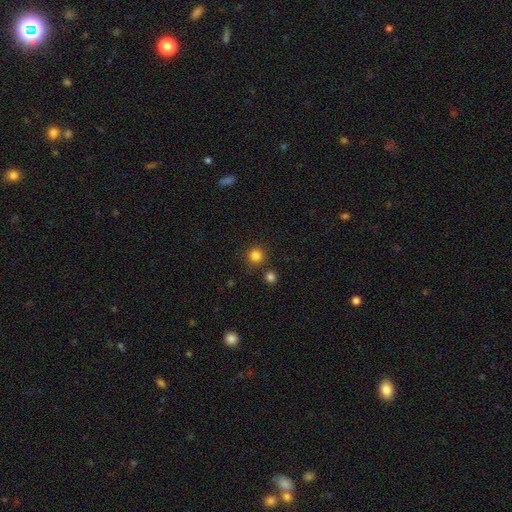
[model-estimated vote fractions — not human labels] Morphology: type=smooth (83%); roundness=round (93%); merging=none (83%).